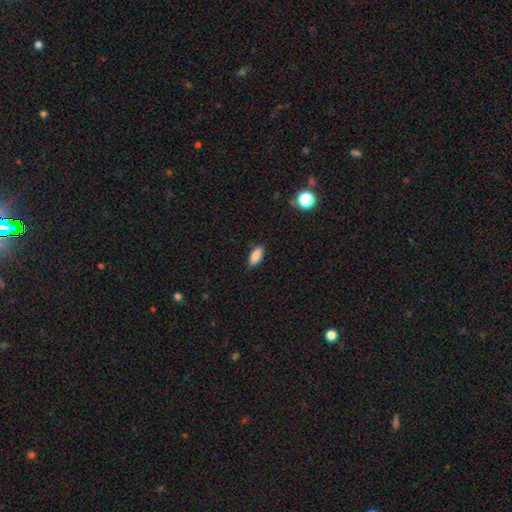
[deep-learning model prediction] Smooth or featured: smooth — 88% (star or artifact — 8%)
How rounded: in between — 83% (cigar-shaped — 15%)
Merging: none — 86% (minor disturbance — 11%)